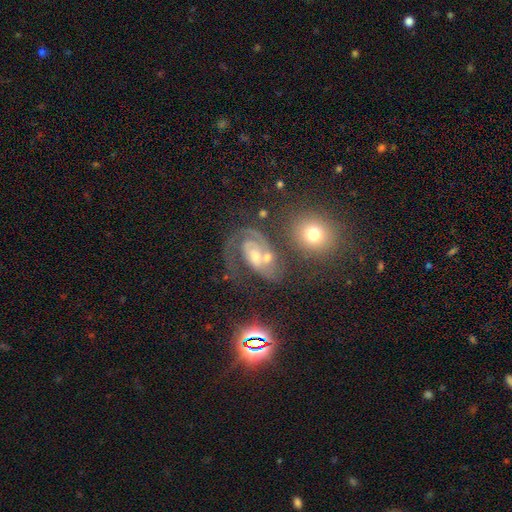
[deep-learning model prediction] Smooth or featured? featured or disk (75%)
Edge-on disk? no (96%)
Bar? no (56%)
Spiral arms? yes (91%)
Spiral winding? tight (48%)
Spiral arm count? 1 (41%)
Bulge size? moderate (46%)
Merging? none (37%)